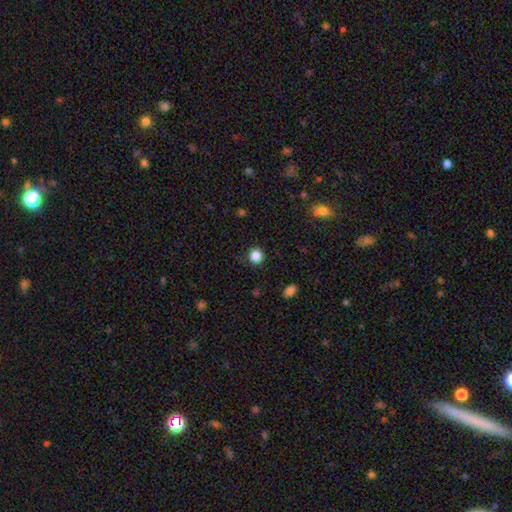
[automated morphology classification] Q: Smooth or featured?
A: smooth (84%); runner-up: star or artifact (12%)
Q: How rounded?
A: round (93%); runner-up: in between (6%)
Q: Merging?
A: none (89%); runner-up: minor disturbance (7%)